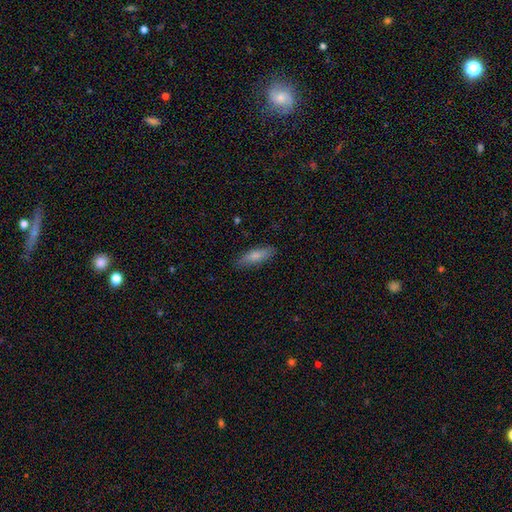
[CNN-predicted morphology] Smooth or featured? Predicted: smooth (p=0.78). How rounded? Predicted: cigar-shaped (p=0.49, tied with in between). Merging? Predicted: none (p=0.83).